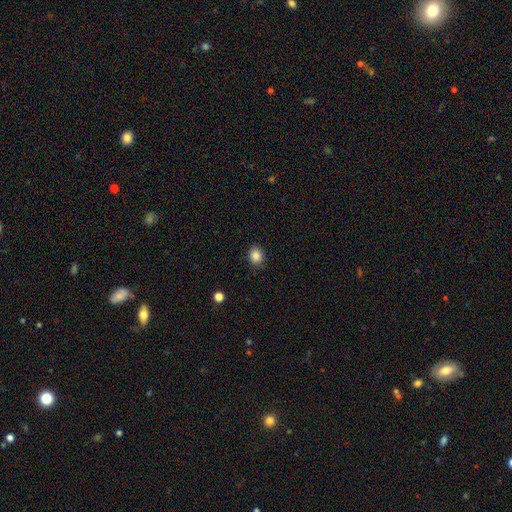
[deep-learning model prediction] A smooth galaxy with no disk features (85%) that is round (59%).

Vote fractions:
- Smooth or featured? smooth: 85% / star or artifact: 10% / featured or disk: 5%
- How rounded? round: 59% / in between: 40% / cigar-shaped: 1%
- Merging? none: 87% / minor disturbance: 10% / major disturbance: 2% / merger: 1%